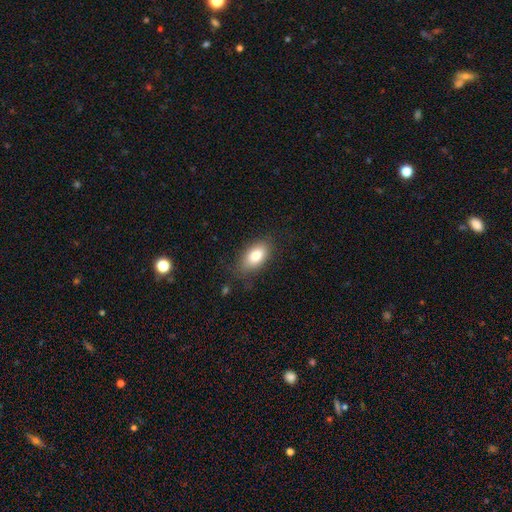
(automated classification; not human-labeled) Smooth or featured? Predicted: smooth (p=0.80). How rounded? Predicted: in between (p=0.90). Merging? Predicted: none (p=0.78).